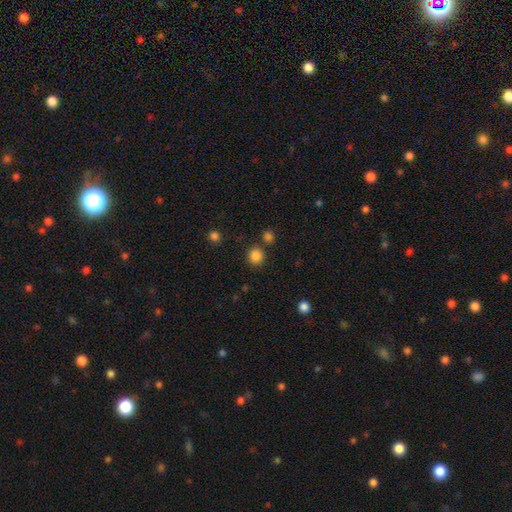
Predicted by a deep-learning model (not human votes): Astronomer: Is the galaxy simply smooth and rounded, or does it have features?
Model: smooth — 85%.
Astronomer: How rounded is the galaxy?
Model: round — 87%.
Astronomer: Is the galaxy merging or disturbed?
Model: none — 80%.